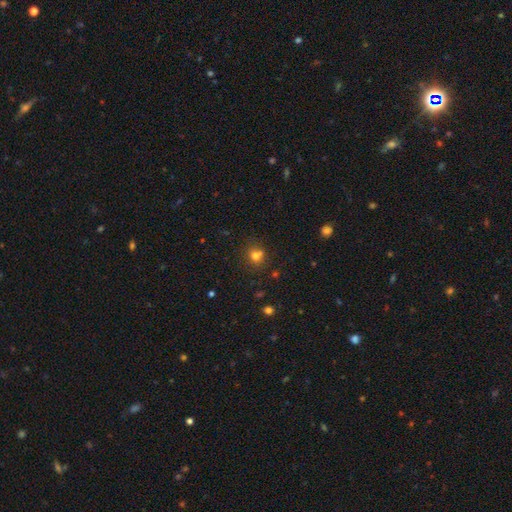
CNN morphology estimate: smooth-or-featured: smooth: 71% | star or artifact: 18% | featured or disk: 11%
  how-rounded: round: 79% | in between: 20% | cigar-shaped: 1%
  merging: none: 61% | merger: 22% | minor disturbance: 13% | major disturbance: 4%